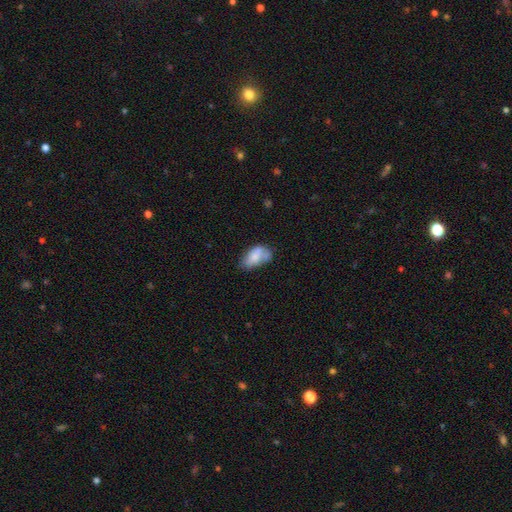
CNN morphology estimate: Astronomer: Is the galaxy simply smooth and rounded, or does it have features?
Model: smooth — 72%.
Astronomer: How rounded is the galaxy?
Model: in between — 91%.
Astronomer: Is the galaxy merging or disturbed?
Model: none — 40% (runner-up: minor disturbance, 31%).